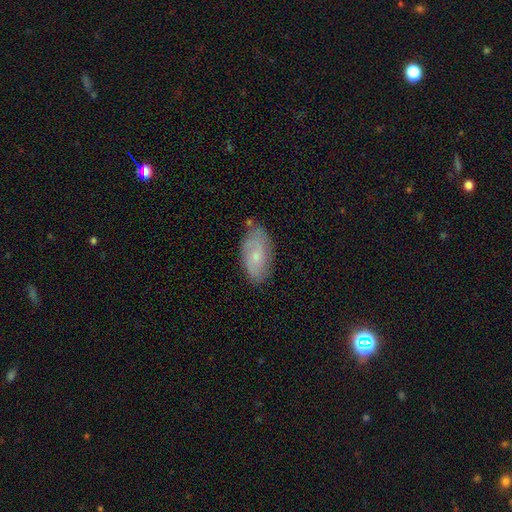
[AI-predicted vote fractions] This appears to be a smooth galaxy with no disk features (51%) that is in between round and cigar-shaped (91%). Merging: none (70%).